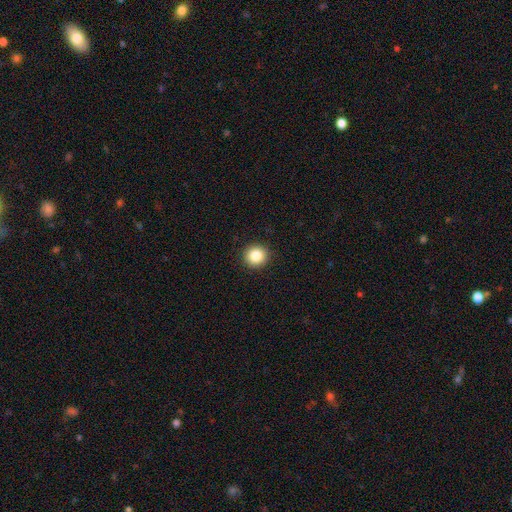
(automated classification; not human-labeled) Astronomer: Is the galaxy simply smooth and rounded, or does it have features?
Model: smooth — 85%.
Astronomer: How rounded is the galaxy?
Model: round — 92%.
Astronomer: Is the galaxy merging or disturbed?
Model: none — 92%.